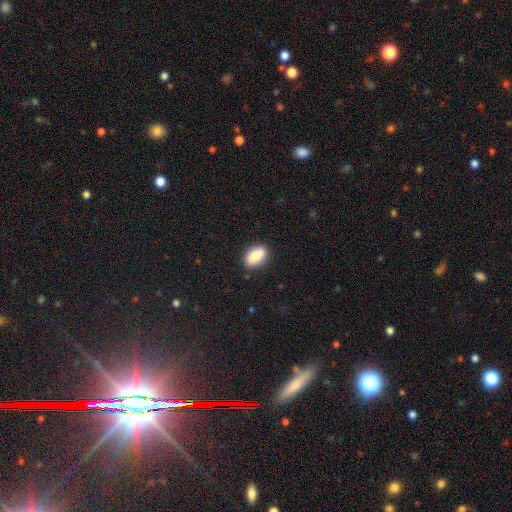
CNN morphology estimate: smooth 86%, star or artifact 7%, featured or disk 7%. Down the decision tree: how rounded — in between (88%); merging — none (82%).